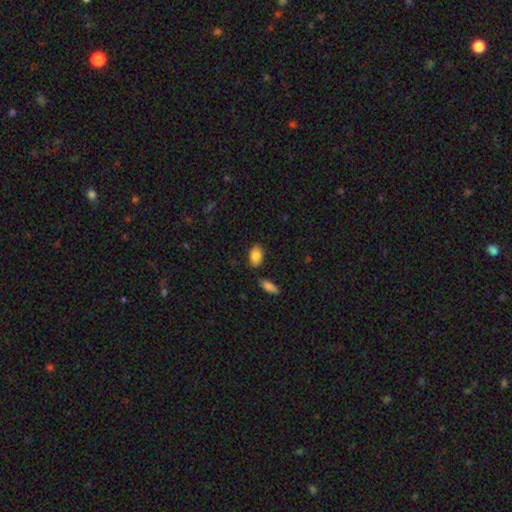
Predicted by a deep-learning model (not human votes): smooth-or-featured: smooth: 86% | featured or disk: 7% | star or artifact: 7%
  how-rounded: in between: 91% | round: 7% | cigar-shaped: 2%
  merging: none: 80% | minor disturbance: 12% | merger: 5% | major disturbance: 3%